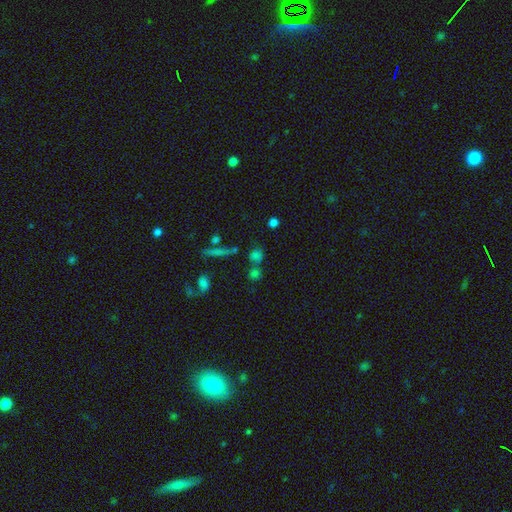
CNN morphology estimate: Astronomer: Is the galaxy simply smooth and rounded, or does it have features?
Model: smooth — 68%.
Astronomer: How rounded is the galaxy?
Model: round — 72%.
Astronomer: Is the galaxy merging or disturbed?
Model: none — 56%.